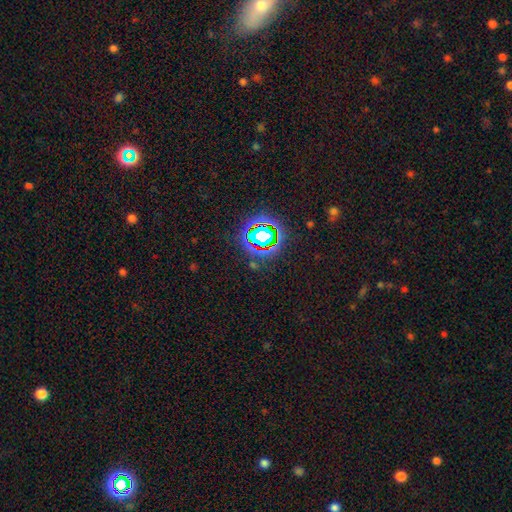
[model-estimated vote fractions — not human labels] Morphology: type=star or artifact (74%).